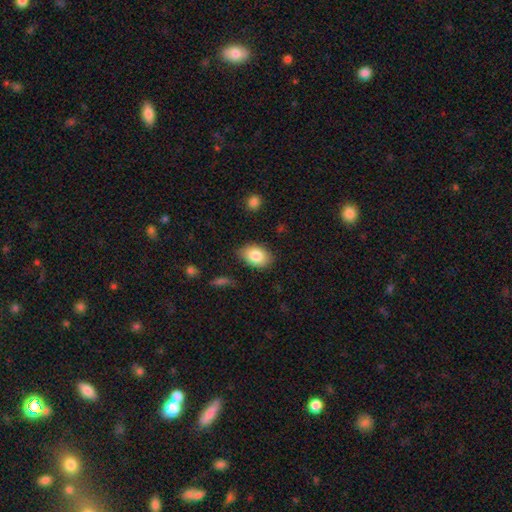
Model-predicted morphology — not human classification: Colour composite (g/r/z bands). It shows a smooth galaxy with no disk features (84%) that is in between round and cigar-shaped (86%). Merging: none (81%).